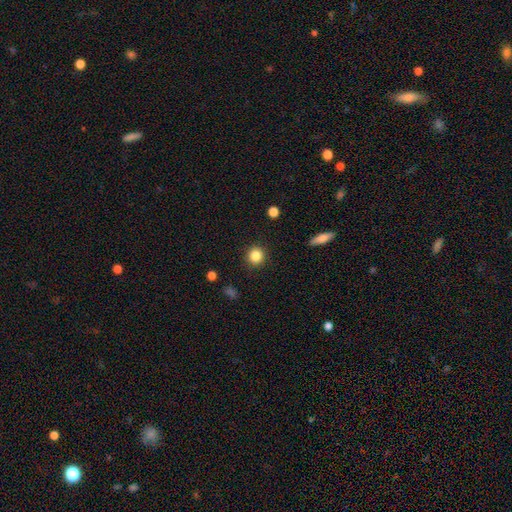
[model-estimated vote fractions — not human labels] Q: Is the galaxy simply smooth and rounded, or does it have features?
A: smooth — 85%.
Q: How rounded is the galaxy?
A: round — 92%.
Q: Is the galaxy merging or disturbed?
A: none — 91%.